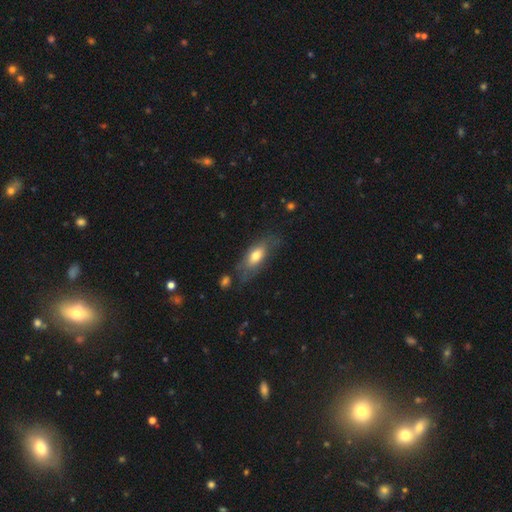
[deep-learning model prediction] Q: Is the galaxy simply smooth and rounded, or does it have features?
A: smooth — 67%.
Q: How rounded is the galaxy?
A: in between — 78%.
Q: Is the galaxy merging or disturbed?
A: none — 61%.